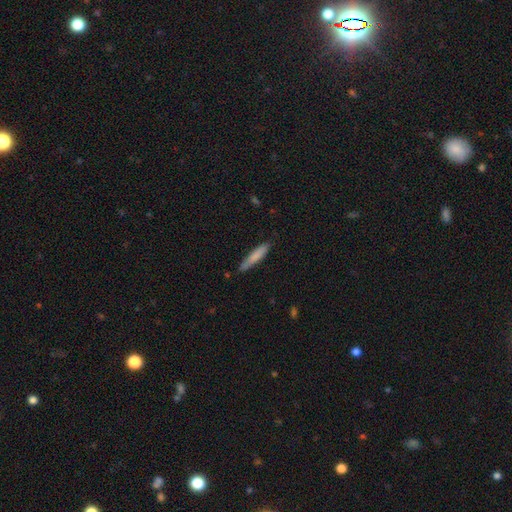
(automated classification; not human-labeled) smooth 76%, featured or disk 18%, star or artifact 6%. Down the decision tree: how rounded — cigar-shaped (90%); merging — none (80%).